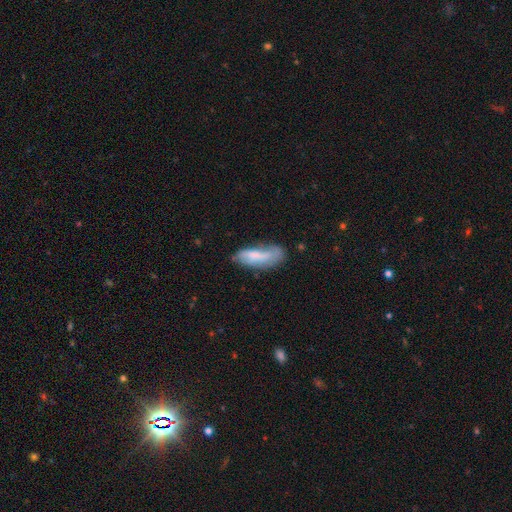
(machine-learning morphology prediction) smooth 59%, featured or disk 33%, star or artifact 8%. Down the decision tree: how rounded — in between (60%); merging — none (47%).